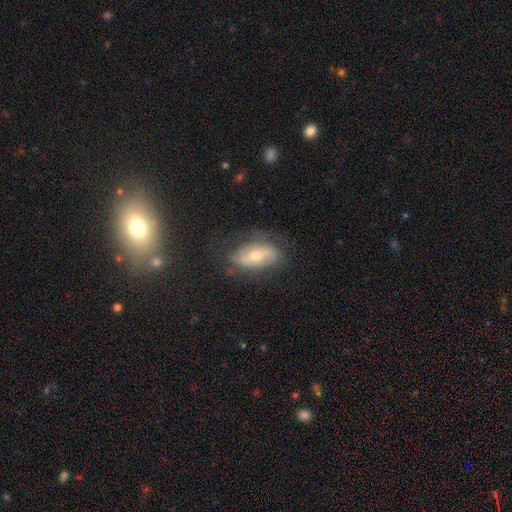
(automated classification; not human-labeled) Smooth or featured: featured or disk — 61% (smooth — 29%)
Edge-on disk: no — 88% (yes — 12%)
Bar: no — 41% (weak — 34%)
Spiral arms: yes — 75% (no — 25%)
Bulge size: moderate — 63% (small — 31%)
Merging: none — 68% (minor disturbance — 20%)